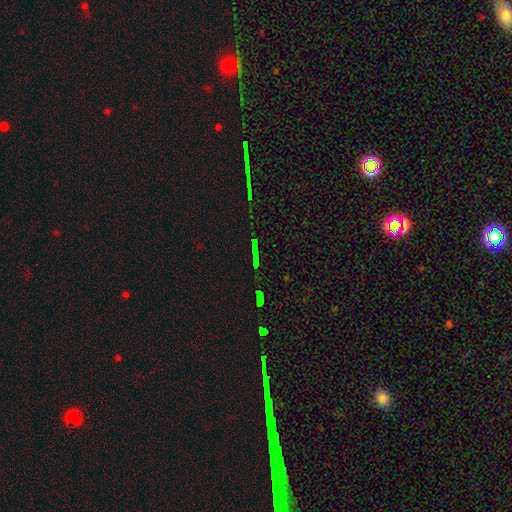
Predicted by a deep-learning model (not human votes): Overall: star or artifact (71%).